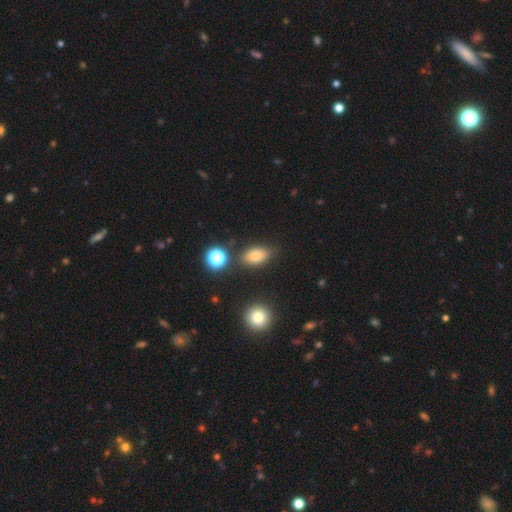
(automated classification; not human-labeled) A smooth galaxy with no disk features (79%) that is in between round and cigar-shaped (86%).

Vote fractions:
- Smooth or featured? smooth: 79% / star or artifact: 12% / featured or disk: 9%
- How rounded? in between: 86% / round: 11% / cigar-shaped: 4%
- Merging? none: 78% / minor disturbance: 13% / merger: 5% / major disturbance: 4%